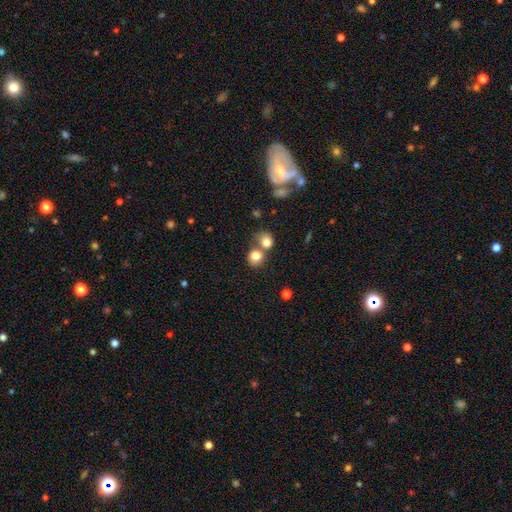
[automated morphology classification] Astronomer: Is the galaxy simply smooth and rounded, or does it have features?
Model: smooth — 80%.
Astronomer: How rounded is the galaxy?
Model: round — 77%.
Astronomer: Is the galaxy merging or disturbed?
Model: merger — 46% (runner-up: none, 43%).